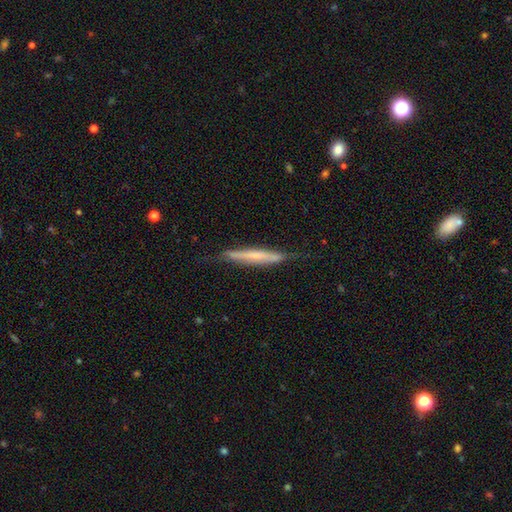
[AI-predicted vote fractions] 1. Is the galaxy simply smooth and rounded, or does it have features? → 50% featured or disk, 44% smooth, 6% star or artifact.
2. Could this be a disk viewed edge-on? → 92% yes, 8% no.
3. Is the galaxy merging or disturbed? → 73% none, 21% minor disturbance, 4% major disturbance, 2% merger.